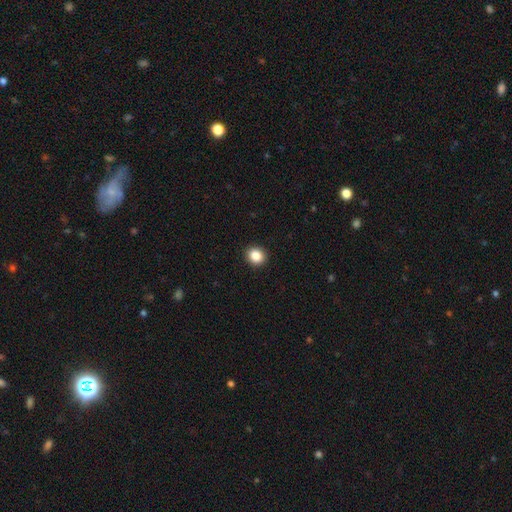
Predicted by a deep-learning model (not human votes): Smooth or featured?
  - smooth: 87% *
  - star or artifact: 9%
  - featured or disk: 4%
How rounded?
  - round: 80% *
  - in between: 19%
  - cigar-shaped: 1%
Merging?
  - none: 92% *
  - minor disturbance: 5%
  - major disturbance: 2%
  - merger: 1%